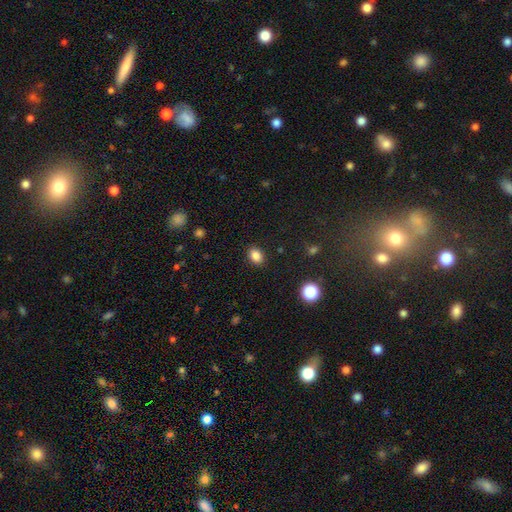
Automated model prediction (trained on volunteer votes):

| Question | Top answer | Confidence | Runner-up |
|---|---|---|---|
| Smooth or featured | smooth | 84% | star or artifact (11%) |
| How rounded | in between | 65% | round (34%) |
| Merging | none | 88% | minor disturbance (8%) |